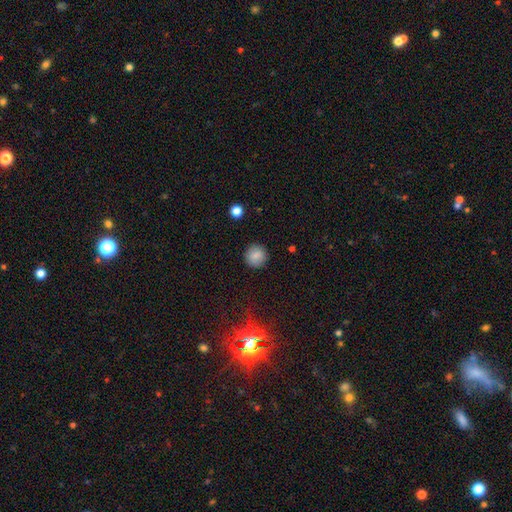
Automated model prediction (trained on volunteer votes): Morphology: type=smooth (85%); roundness=round (93%); merging=none (90%).